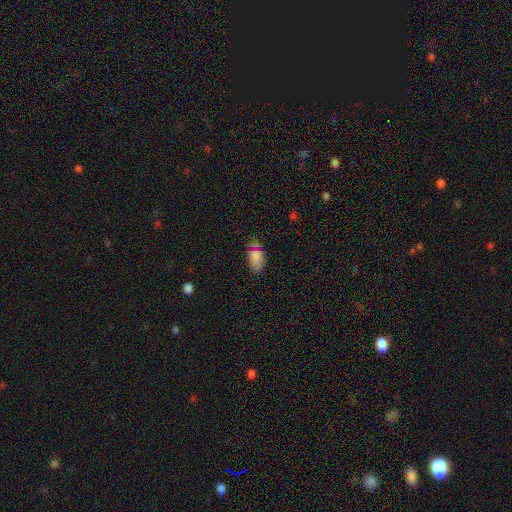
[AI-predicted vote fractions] smooth-or-featured: smooth: 74% | star or artifact: 19% | featured or disk: 7%
  how-rounded: in between: 92% | round: 5% | cigar-shaped: 3%
  merging: none: 67% | minor disturbance: 21% | major disturbance: 6% | merger: 5%